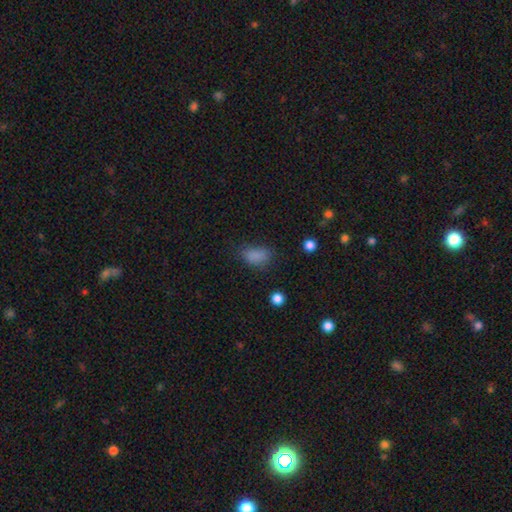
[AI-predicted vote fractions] A smooth galaxy with no disk features (82%) that is in between round and cigar-shaped (86%). Merging: none (67%).